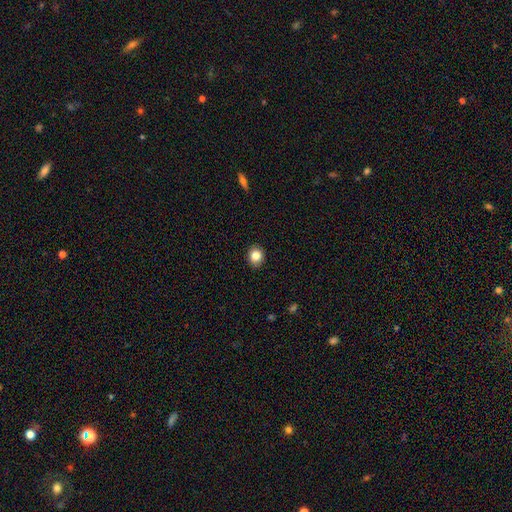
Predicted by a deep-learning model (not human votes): A smooth galaxy with no disk features (84%) that is round (69%).

Vote fractions:
- Smooth or featured? smooth: 84% / star or artifact: 10% / featured or disk: 7%
- How rounded? round: 69% / in between: 30% / cigar-shaped: 1%
- Merging? none: 91% / minor disturbance: 7% / major disturbance: 2% / merger: 1%